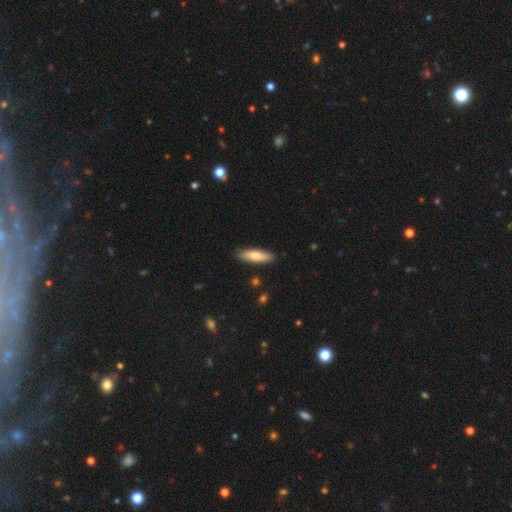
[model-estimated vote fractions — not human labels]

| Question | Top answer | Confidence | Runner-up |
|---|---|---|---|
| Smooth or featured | smooth | 76% | featured or disk (19%) |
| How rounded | cigar-shaped | 63% | in between (36%) |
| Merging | none | 88% | minor disturbance (9%) |